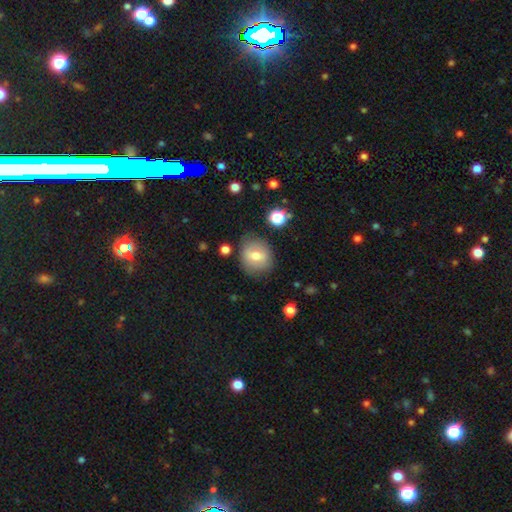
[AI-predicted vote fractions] smooth-or-featured: smooth: 67% | featured or disk: 23% | star or artifact: 9%
  how-rounded: round: 73% | in between: 26% | cigar-shaped: 1%
  merging: none: 75% | minor disturbance: 17% | major disturbance: 5% | merger: 2%